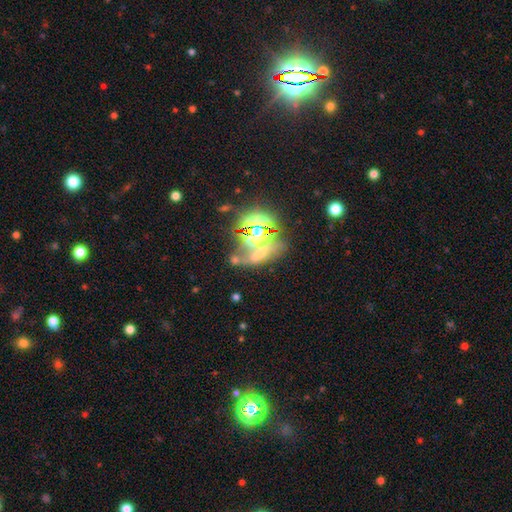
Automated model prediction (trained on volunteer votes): Q: Smooth or featured?
A: star or artifact (48%); runner-up: smooth (34%)